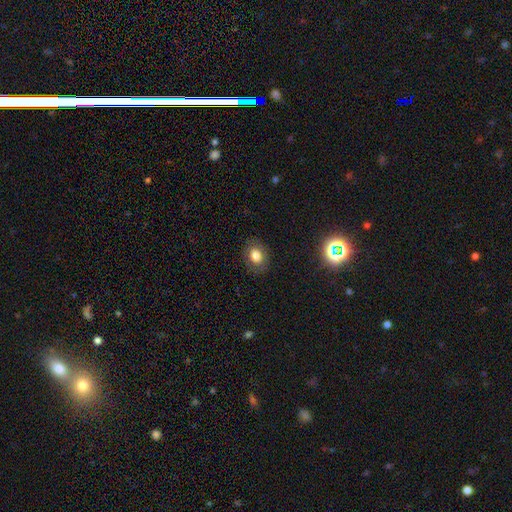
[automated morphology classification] This appears to be a smooth galaxy with no disk features (78%) that is in between round and cigar-shaped (57%). Merging: none (84%).